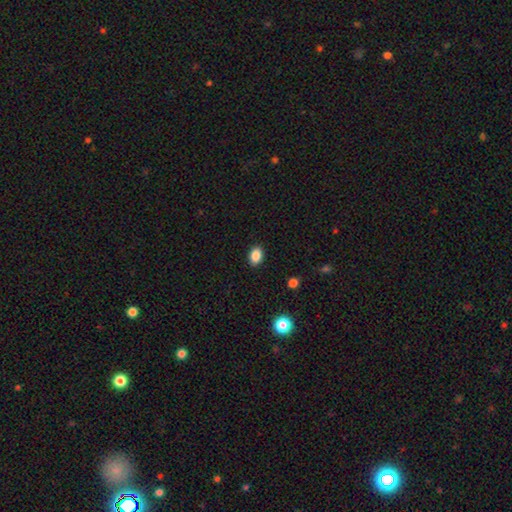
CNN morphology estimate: Smooth or featured: smooth — 87% (star or artifact — 9%)
How rounded: in between — 80% (round — 19%)
Merging: none — 89% (minor disturbance — 8%)